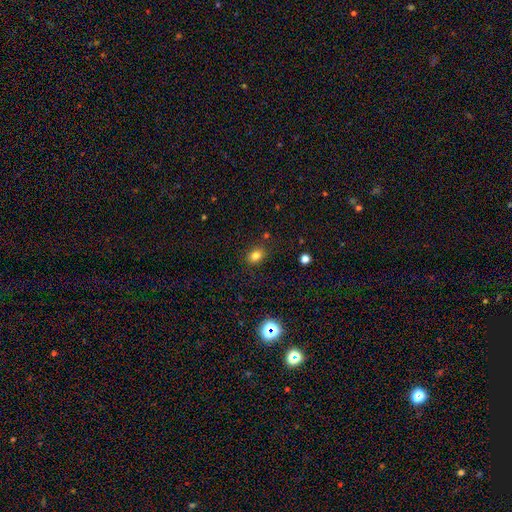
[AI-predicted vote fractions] Smooth or featured? Predicted: smooth (p=0.79). How rounded? Predicted: in between (p=0.58). Merging? Predicted: none (p=0.83).